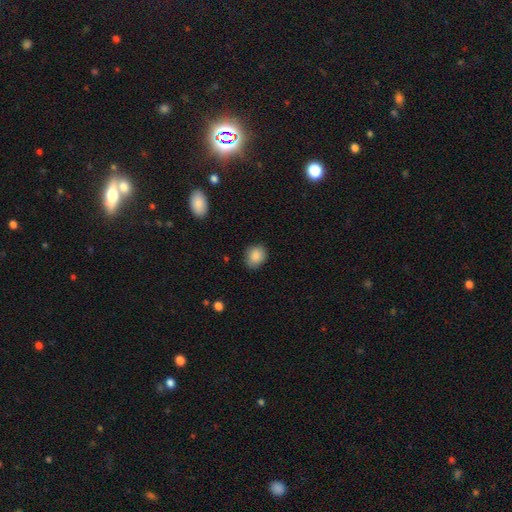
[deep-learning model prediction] A smooth galaxy with no disk features (88%) that is round (62%). Merging: none (83%).